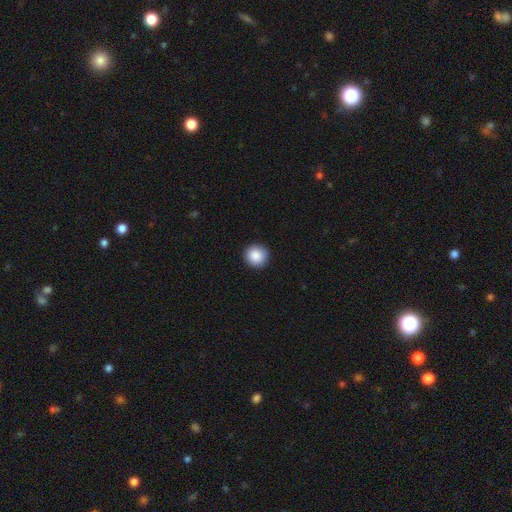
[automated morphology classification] A smooth galaxy with no disk features (88%) that is round (95%).

Vote fractions:
- Smooth or featured? smooth: 88% / star or artifact: 8% / featured or disk: 4%
- How rounded? round: 95% / in between: 4% / cigar-shaped: 1%
- Merging? none: 92% / minor disturbance: 6% / major disturbance: 2% / merger: 1%